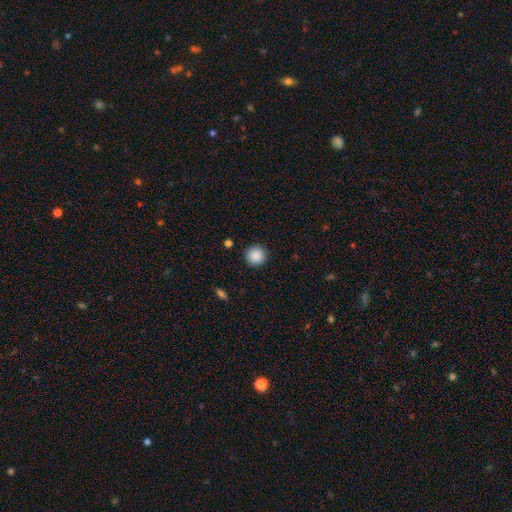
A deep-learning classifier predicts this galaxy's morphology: Smooth or featured? smooth (88%)
How rounded? round (94%)
Merging? none (91%)